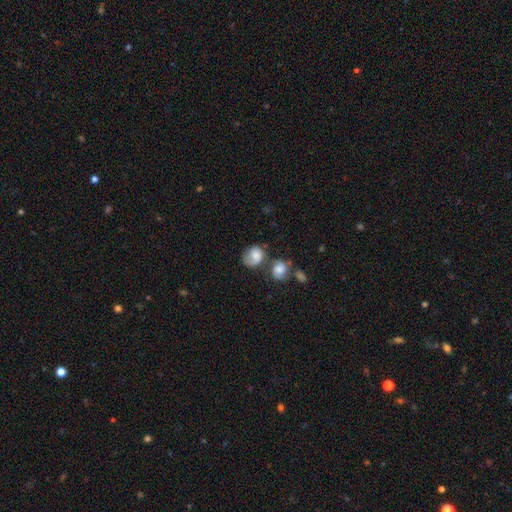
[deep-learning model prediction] This is possibly a smooth galaxy (58%). How rounded: likely round (63%). Merging: marginally none (38%).